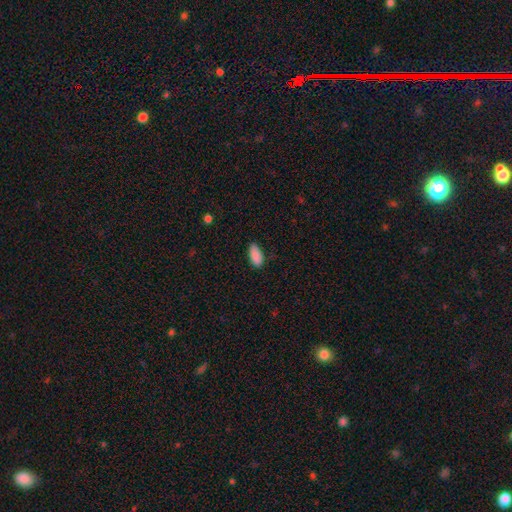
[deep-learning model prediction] Smooth or featured? Predicted: smooth (p=0.90). How rounded? Predicted: in between (p=0.90). Merging? Predicted: none (p=0.82).